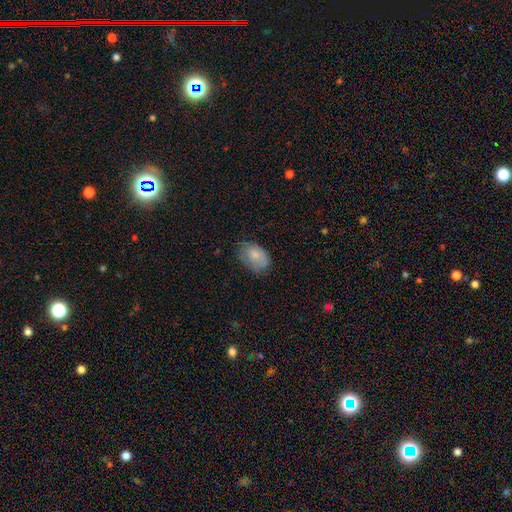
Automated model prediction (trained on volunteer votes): Morphology: type=smooth (76%); roundness=in between (87%); merging=none (66%).